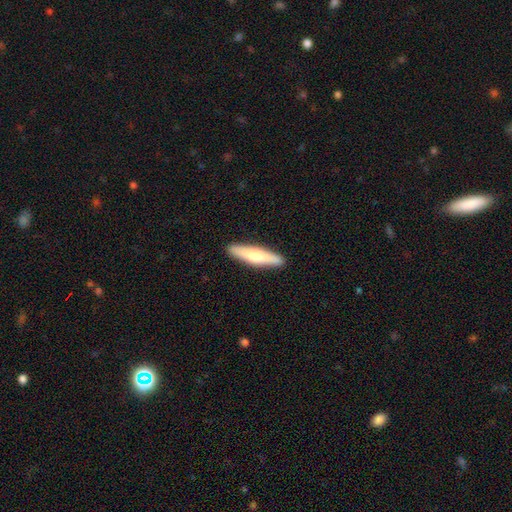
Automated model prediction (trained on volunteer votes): Smooth or featured? smooth (66%)
How rounded? cigar-shaped (85%)
Merging? none (91%)